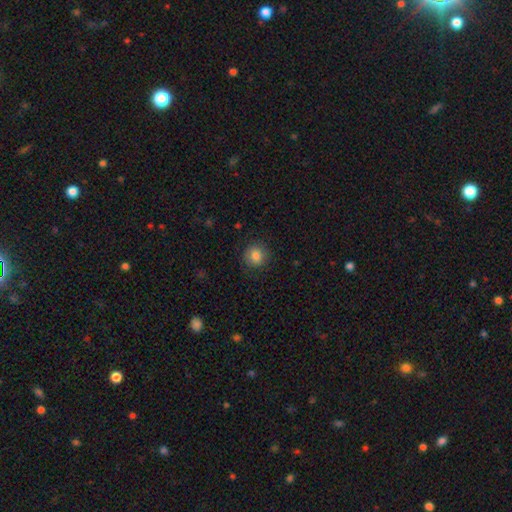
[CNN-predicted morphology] type=smooth (83%); roundness=round (88%); merging=none (87%).